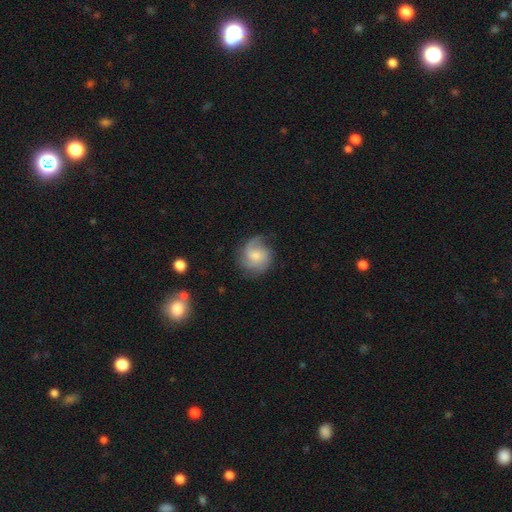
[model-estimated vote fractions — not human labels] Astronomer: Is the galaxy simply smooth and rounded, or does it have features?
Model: featured or disk — 62%.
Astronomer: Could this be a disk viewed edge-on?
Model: no — 98%.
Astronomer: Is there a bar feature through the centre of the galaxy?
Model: no — 65%.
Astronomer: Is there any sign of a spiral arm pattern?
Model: yes — 92%.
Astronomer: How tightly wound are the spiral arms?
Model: medium — 43% (runner-up: loose, 31%).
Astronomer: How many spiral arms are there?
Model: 2 — 33% (runner-up: 3, 24%).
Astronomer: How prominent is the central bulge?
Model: small — 46% (runner-up: moderate, 42%).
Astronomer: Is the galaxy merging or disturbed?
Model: none — 63%.